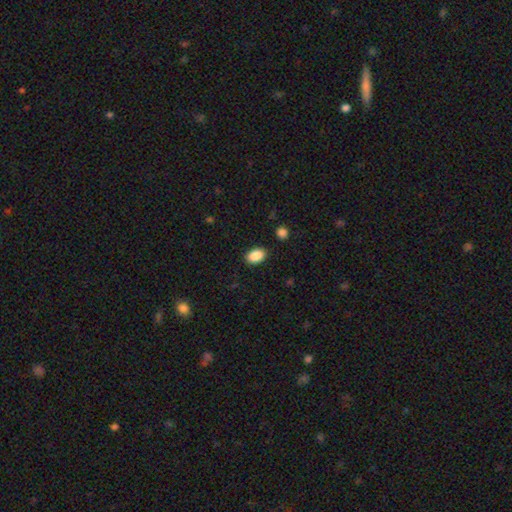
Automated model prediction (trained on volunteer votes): A smooth galaxy with no disk features (88%) that is in between round and cigar-shaped (87%). Merging: none (88%).